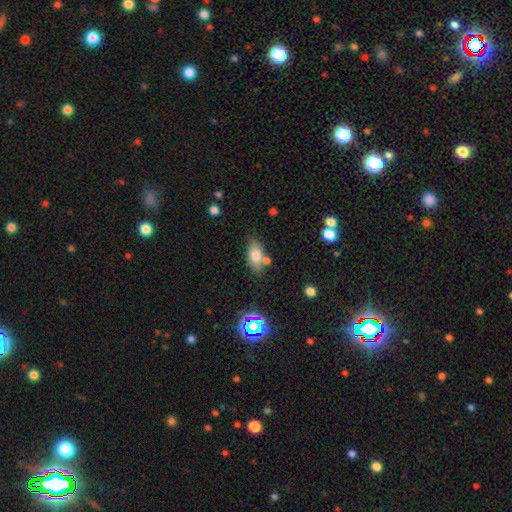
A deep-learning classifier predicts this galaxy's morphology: smooth-or-featured: smooth: 75% | featured or disk: 14% | star or artifact: 11%
  how-rounded: in between: 86% | round: 7% | cigar-shaped: 6%
  merging: none: 66% | merger: 16% | minor disturbance: 14% | major disturbance: 4%